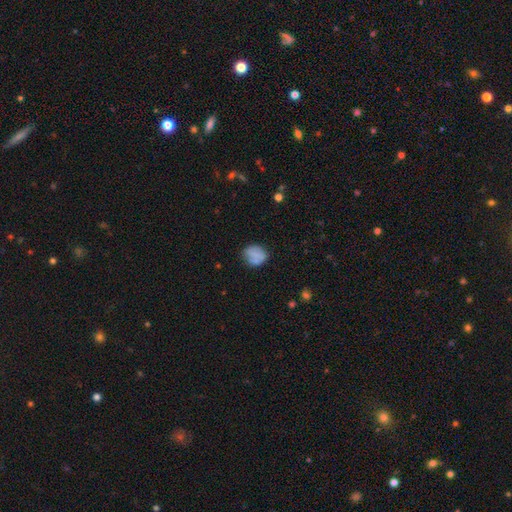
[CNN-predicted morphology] Smooth or featured? Predicted: smooth (p=0.76). How rounded? Predicted: round (p=0.70). Merging? Predicted: none (p=0.67).